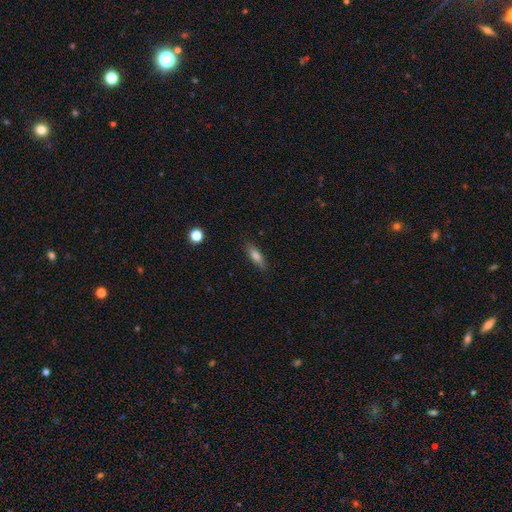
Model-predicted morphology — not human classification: smooth 75%, featured or disk 18%, star or artifact 8%. Down the decision tree: how rounded — cigar-shaped (50%); merging — none (85%).